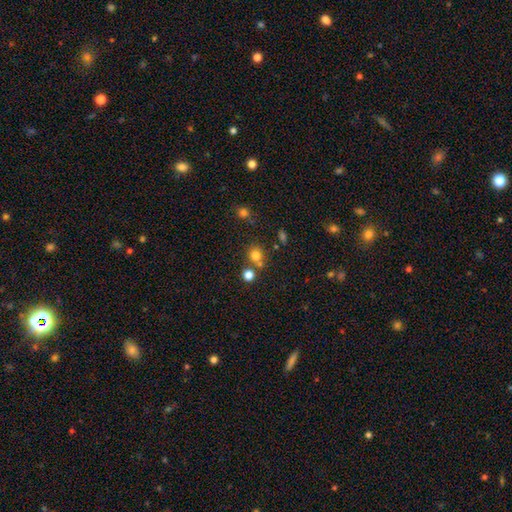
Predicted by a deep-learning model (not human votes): smooth 76%, star or artifact 17%, featured or disk 7%. Down the decision tree: how rounded — round (81%); merging — none (64%).